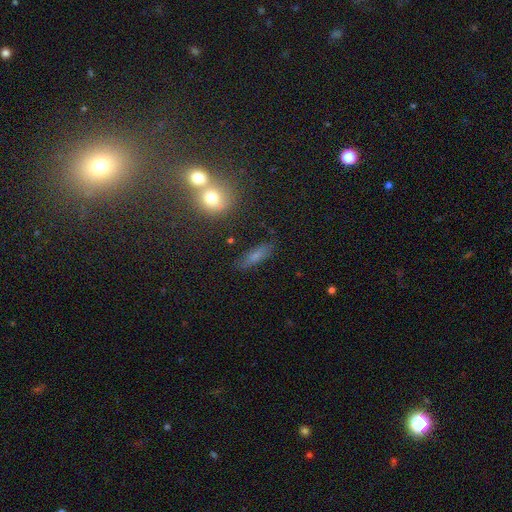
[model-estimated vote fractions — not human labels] The model was most divided on "how rounded": cigar-shaped: 58%, in between: 36%, round: 6%. More confident: merging — none (82%); smooth or featured — smooth (68%).